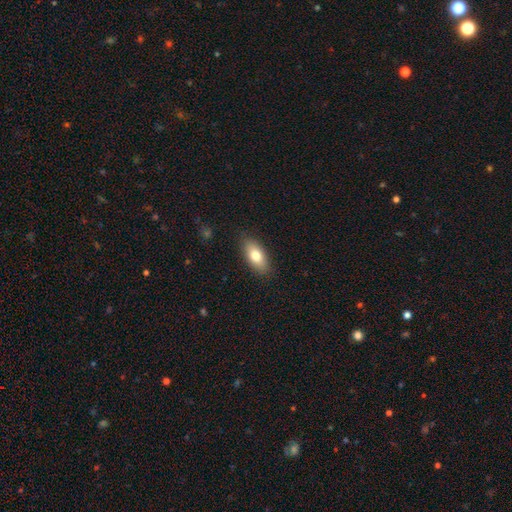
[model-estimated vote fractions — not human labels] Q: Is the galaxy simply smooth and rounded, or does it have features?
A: smooth — 77%.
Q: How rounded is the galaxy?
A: in between — 86%.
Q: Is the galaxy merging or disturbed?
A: none — 86%.